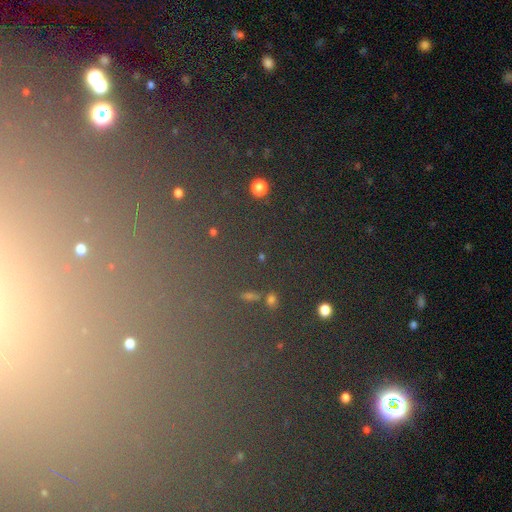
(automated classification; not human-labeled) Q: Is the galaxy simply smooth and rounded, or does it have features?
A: star or artifact — 72%.